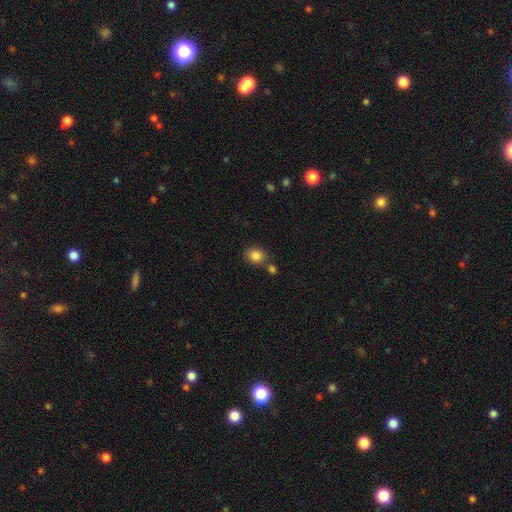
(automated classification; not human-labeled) Smooth or featured? smooth (86%)
How rounded? round (73%)
Merging? none (70%)